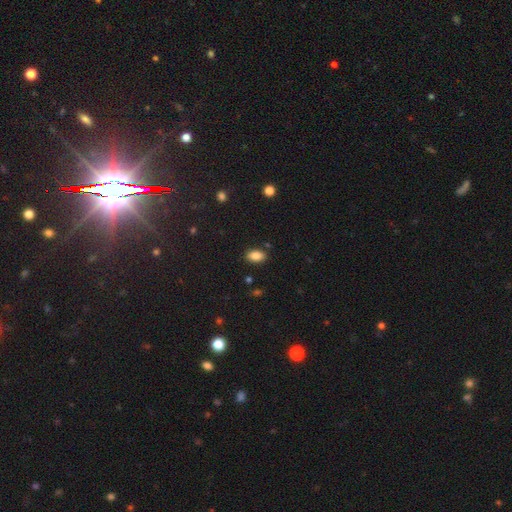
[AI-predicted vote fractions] Smooth or featured?
  - smooth: 86% *
  - star or artifact: 9%
  - featured or disk: 5%
How rounded?
  - in between: 90% *
  - round: 8%
  - cigar-shaped: 2%
Merging?
  - none: 86% *
  - minor disturbance: 10%
  - major disturbance: 2%
  - merger: 2%